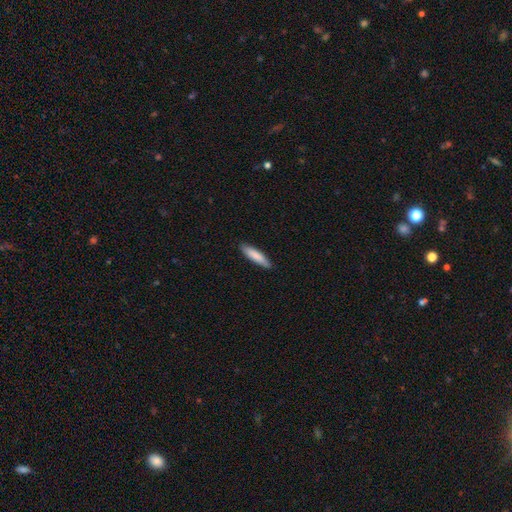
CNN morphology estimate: Smooth or featured?
  - smooth: 83% *
  - featured or disk: 12%
  - star or artifact: 5%
How rounded?
  - cigar-shaped: 77% *
  - in between: 21%
  - round: 1%
Merging?
  - none: 87% *
  - minor disturbance: 10%
  - major disturbance: 2%
  - merger: 1%